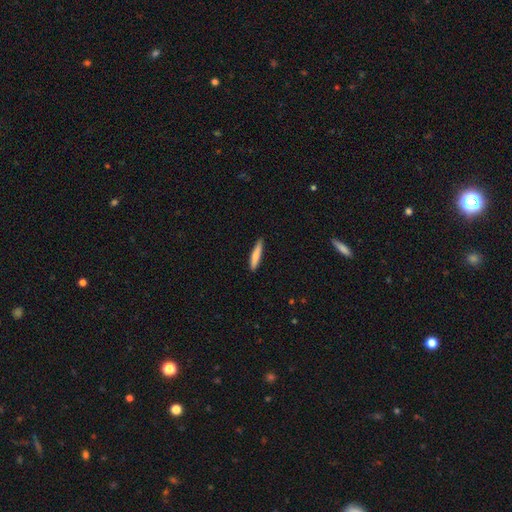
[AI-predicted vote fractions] smooth_or_featured: smooth (p=0.78) [alt: featured or disk p=0.16]
how_rounded: cigar-shaped (p=0.90) [alt: in between p=0.09]
merging: none (p=0.89) [alt: minor disturbance p=0.08]